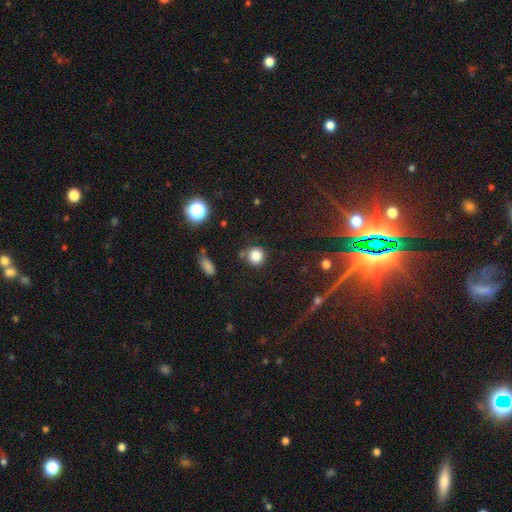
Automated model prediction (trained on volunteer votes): Morphology: type=smooth (83%); roundness=round (89%); merging=none (73%).